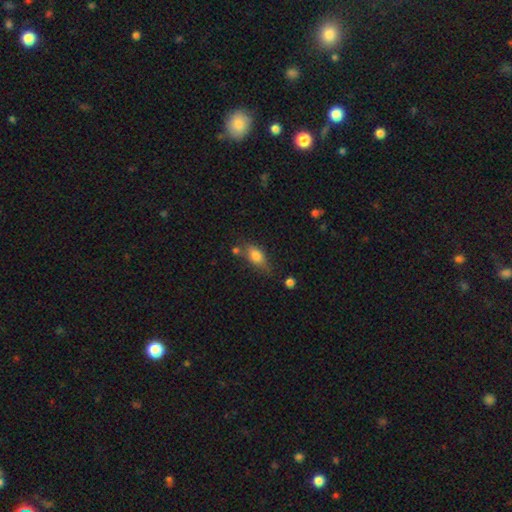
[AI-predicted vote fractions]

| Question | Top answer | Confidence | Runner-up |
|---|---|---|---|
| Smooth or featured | smooth | 78% | featured or disk (13%) |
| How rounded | in between | 82% | cigar-shaped (11%) |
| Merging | none | 57% | minor disturbance (26%) |